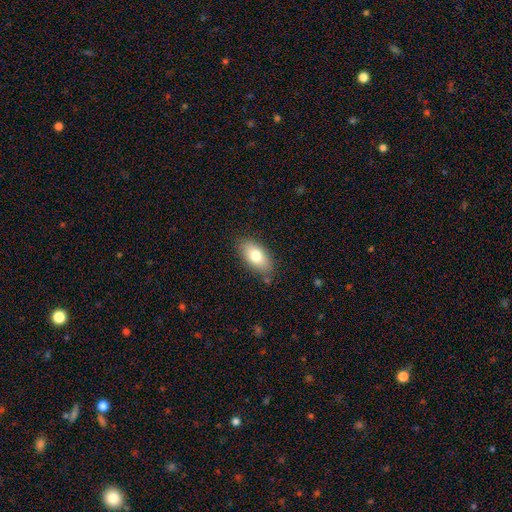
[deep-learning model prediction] A smooth galaxy with no disk features (76%) that is in between round and cigar-shaped (90%).

Vote fractions:
- Smooth or featured? smooth: 76% / featured or disk: 17% / star or artifact: 7%
- How rounded? in between: 90% / cigar-shaped: 5% / round: 5%
- Merging? none: 82% / minor disturbance: 13% / major disturbance: 3% / merger: 2%